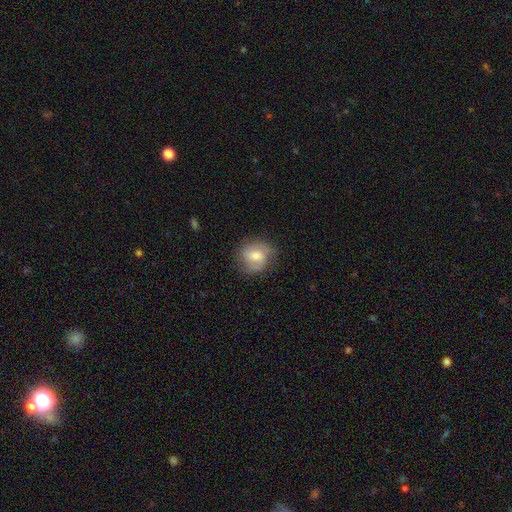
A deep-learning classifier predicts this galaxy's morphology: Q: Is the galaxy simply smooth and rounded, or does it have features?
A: smooth — 59%.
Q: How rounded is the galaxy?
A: round — 74%.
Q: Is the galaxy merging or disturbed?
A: none — 68%.